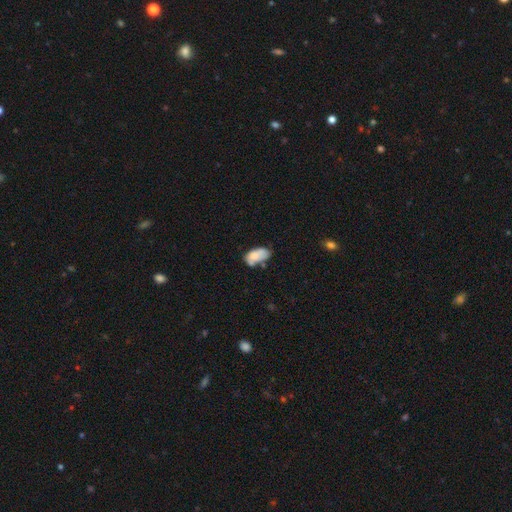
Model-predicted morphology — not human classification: Smooth or featured?
  - smooth: 74% *
  - featured or disk: 18%
  - star or artifact: 8%
How rounded?
  - in between: 93% *
  - round: 4%
  - cigar-shaped: 3%
Merging?
  - none: 40% *
  - minor disturbance: 30%
  - merger: 18%
  - major disturbance: 12%